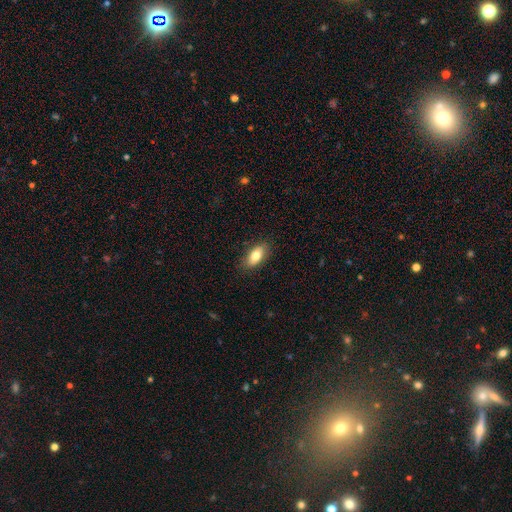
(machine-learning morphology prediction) Overall: smooth (78%). How rounded: in between (88%). Merging: none (86%).